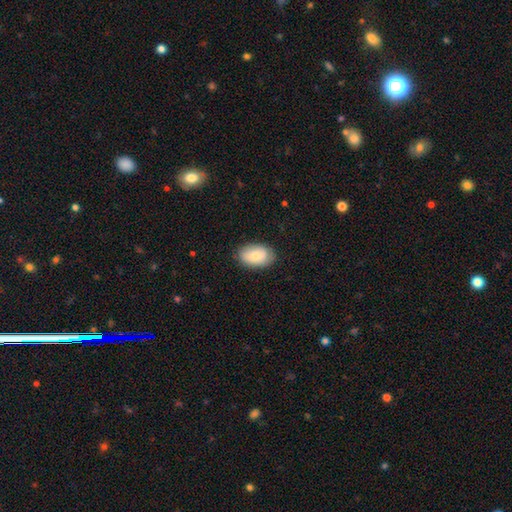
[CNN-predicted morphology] smooth_or_featured: smooth (p=0.80) [alt: featured or disk p=0.14]
how_rounded: in between (p=0.90) [alt: round p=0.09]
merging: none (p=0.81) [alt: minor disturbance p=0.15]